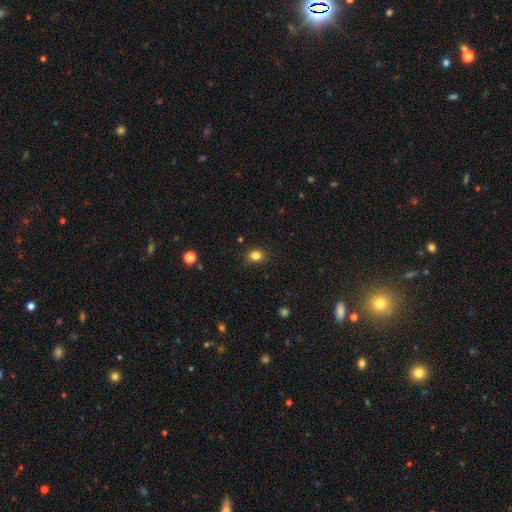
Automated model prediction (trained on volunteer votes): This appears to be a smooth galaxy with no disk features (83%) that is round (64%). Merging: none (85%).